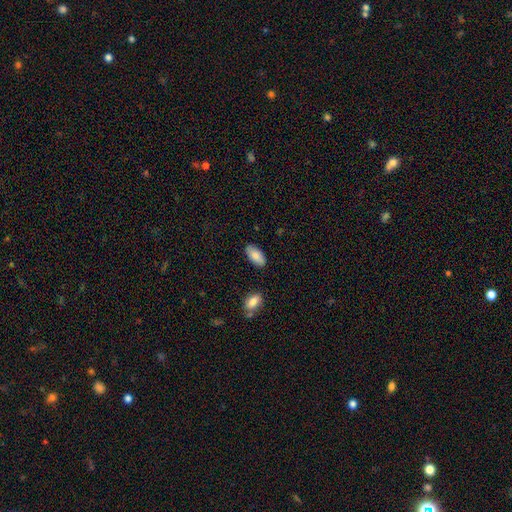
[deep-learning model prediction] smooth_or_featured: smooth (p=0.84) [alt: featured or disk p=0.09]
how_rounded: in between (p=0.94) [alt: cigar-shaped p=0.04]
merging: none (p=0.84) [alt: minor disturbance p=0.11]